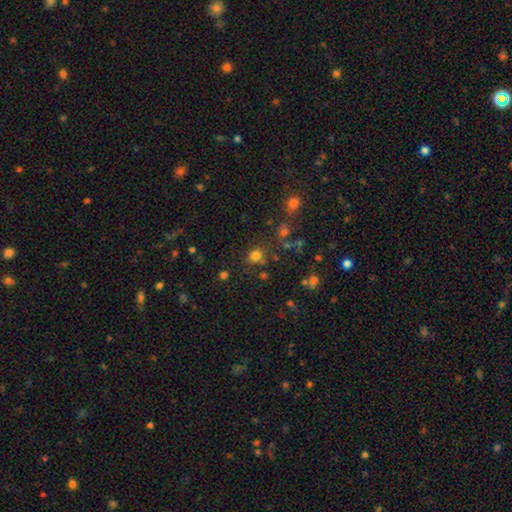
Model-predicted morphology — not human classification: A smooth galaxy with no disk features (73%) that is round (80%).

Vote fractions:
- Smooth or featured? smooth: 73% / star or artifact: 21% / featured or disk: 7%
- How rounded? round: 80% / in between: 19% / cigar-shaped: 1%
- Merging? none: 73% / minor disturbance: 12% / merger: 10% / major disturbance: 5%